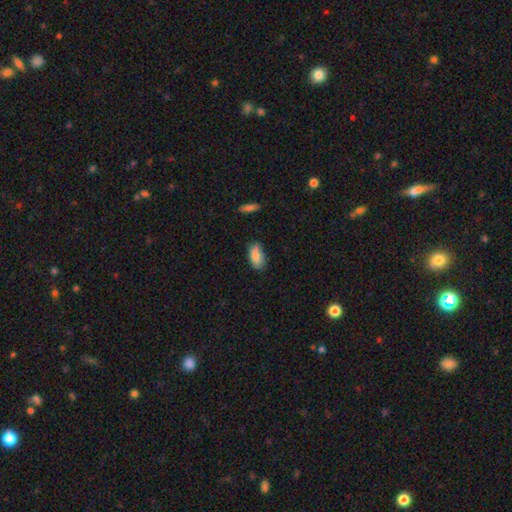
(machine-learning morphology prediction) The model was most divided on "merging": none: 72%, minor disturbance: 22%, major disturbance: 4%, merger: 2%. More confident: how rounded — in between (90%); smooth or featured — smooth (84%).